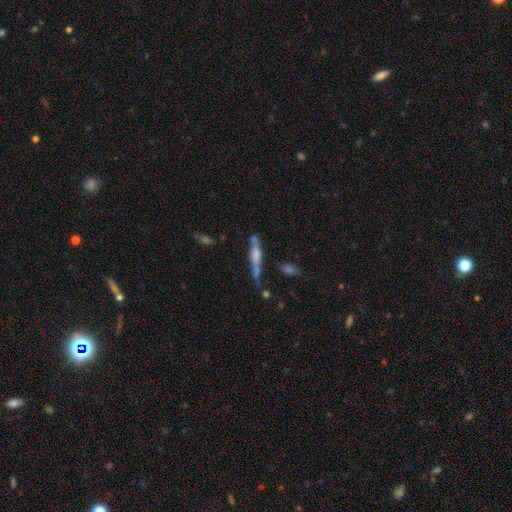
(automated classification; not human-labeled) The model was most divided on "smooth or featured": featured or disk: 54%, smooth: 36%, star or artifact: 9%. More confident: edge-on disk — yes (85%); merging — none (54%).